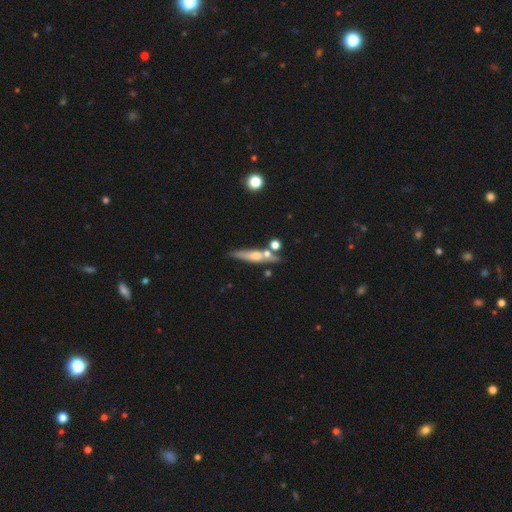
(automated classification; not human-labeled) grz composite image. It shows a featured or disk galaxy (49%). Merging: none (66%).